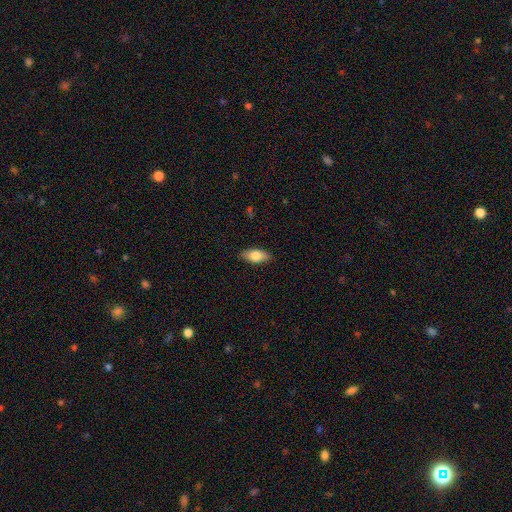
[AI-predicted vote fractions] smooth 79%, featured or disk 15%, star or artifact 7%. Down the decision tree: how rounded — in between (86%); merging — none (88%).